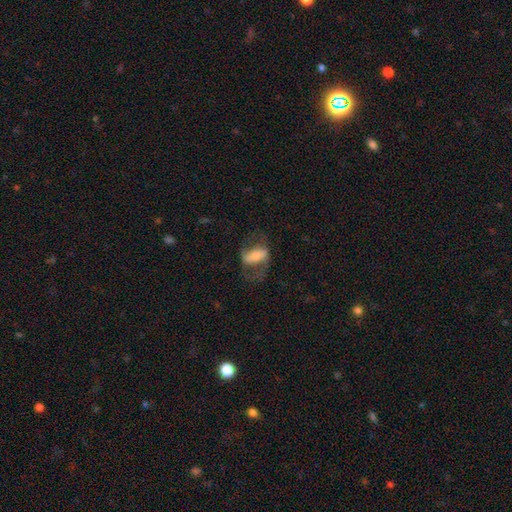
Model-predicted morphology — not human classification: featured or disk 60%, smooth 32%, star or artifact 7%. Down the decision tree: edge-on disk — no (93%); bar — strong (52%); spiral arms — yes (73%); bulge size — moderate (35%, tied with small); merging — none (52%).